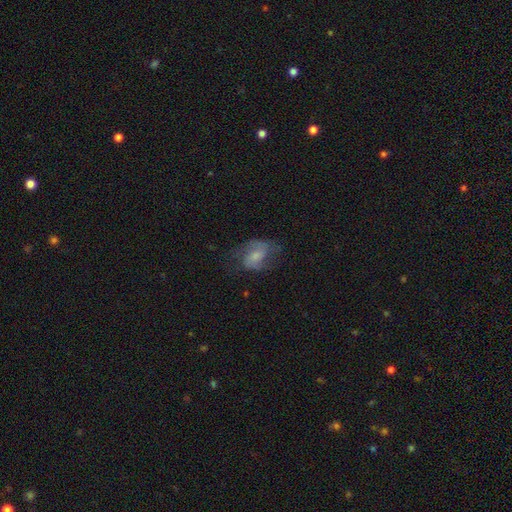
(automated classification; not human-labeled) Overall: featured or disk (56%; smooth 36%). Edge-on disk: no (97%). Bar: no (47%; weak 42%). Spiral arms: yes (81%). Bulge size: moderate (35%; small 34%). Merging: none (52%; minor disturbance 25%).